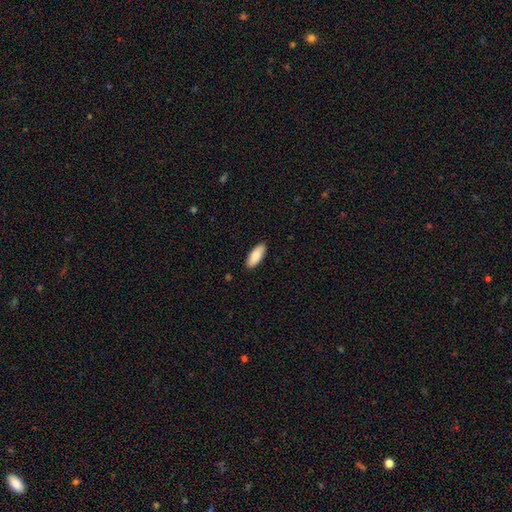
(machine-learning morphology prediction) smooth_or_featured: smooth (p=0.85) [alt: featured or disk p=0.09]
how_rounded: in between (p=0.80) [alt: cigar-shaped p=0.18]
merging: none (p=0.89) [alt: minor disturbance p=0.08]